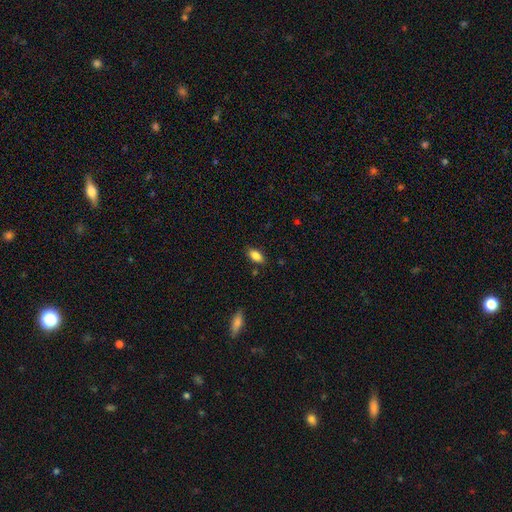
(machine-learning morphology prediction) Overall: smooth (87%). How rounded: in between (89%). Merging: none (84%).